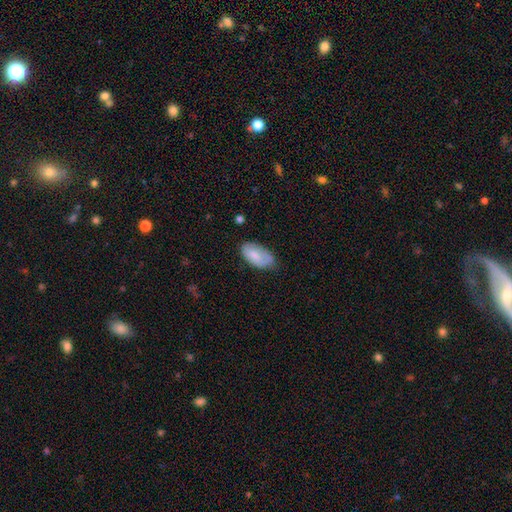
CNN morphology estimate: Smooth or featured: smooth — 72% (featured or disk — 22%)
How rounded: in between — 94% (cigar-shaped — 3%)
Merging: none — 59% (minor disturbance — 32%)